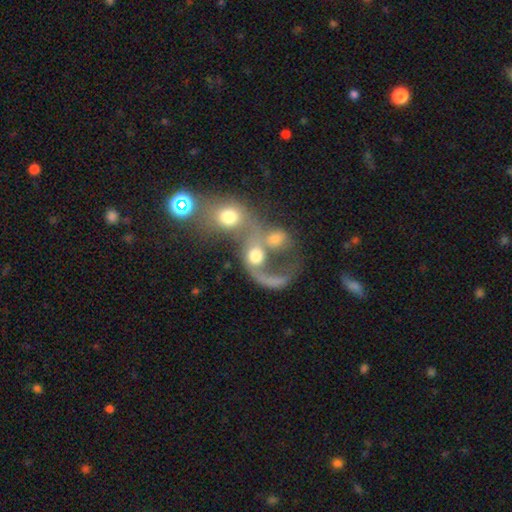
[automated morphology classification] type=featured or disk (47%); merging=merger (76%).